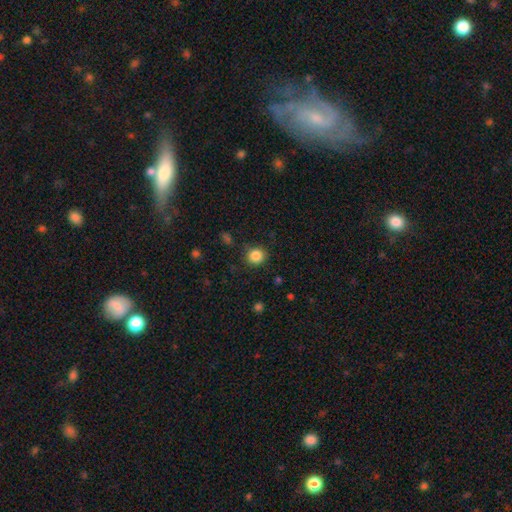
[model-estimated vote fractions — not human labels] A smooth galaxy with no disk features (84%) that is round (87%). Merging: none (87%).